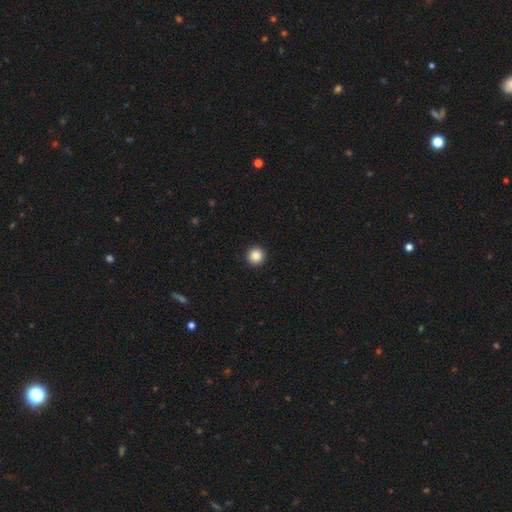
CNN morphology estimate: This appears to be a smooth galaxy with no disk features (88%) that is round (97%). Merging: none (94%).